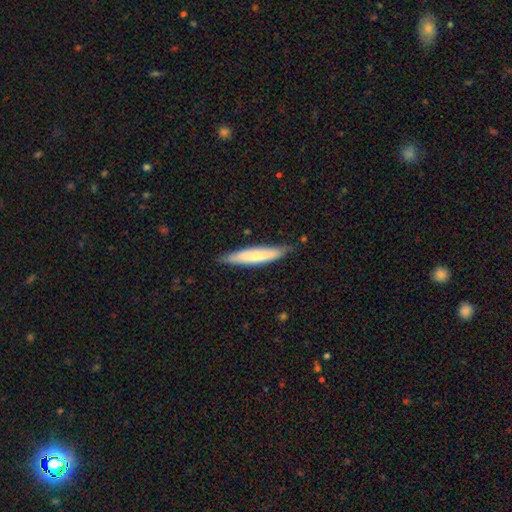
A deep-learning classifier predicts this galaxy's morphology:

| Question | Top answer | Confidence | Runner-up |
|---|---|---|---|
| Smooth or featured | smooth | 68% | featured or disk (27%) |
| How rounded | cigar-shaped | 87% | in between (12%) |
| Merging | none | 81% | minor disturbance (16%) |